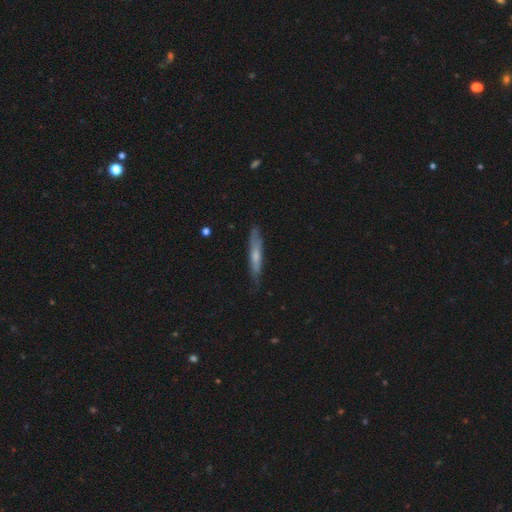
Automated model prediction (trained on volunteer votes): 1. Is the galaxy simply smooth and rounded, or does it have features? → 52% smooth, 42% featured or disk, 6% star or artifact.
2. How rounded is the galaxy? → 91% cigar-shaped, 8% in between, 2% round.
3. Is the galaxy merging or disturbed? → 77% none, 19% minor disturbance, 3% major disturbance, 1% merger.